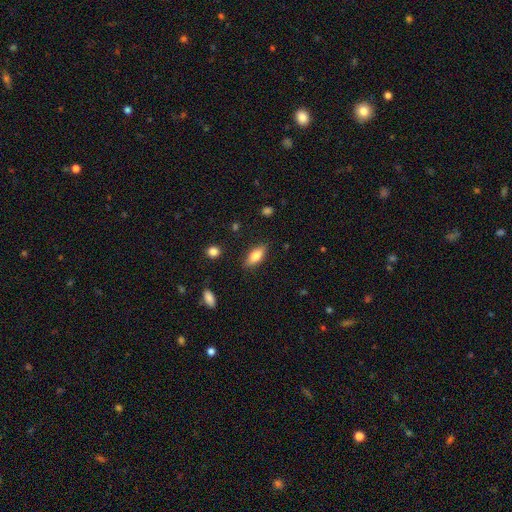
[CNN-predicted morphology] smooth_or_featured: smooth (p=0.76) [alt: featured or disk p=0.16]
how_rounded: in between (p=0.79) [alt: cigar-shaped p=0.18]
merging: none (p=0.85) [alt: minor disturbance p=0.11]